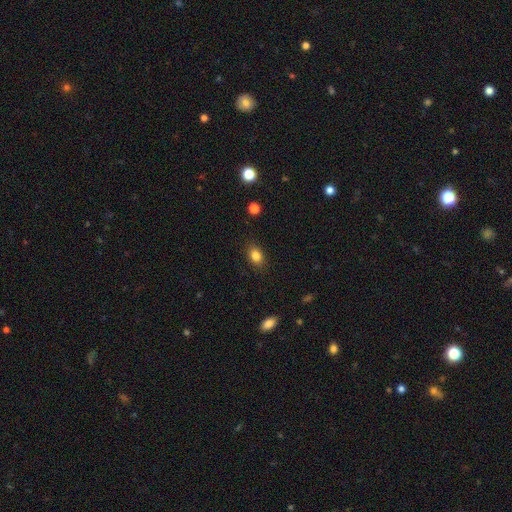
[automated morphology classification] This appears to be a smooth galaxy with no disk features (85%) that is in between round and cigar-shaped (71%). Merging: none (86%).